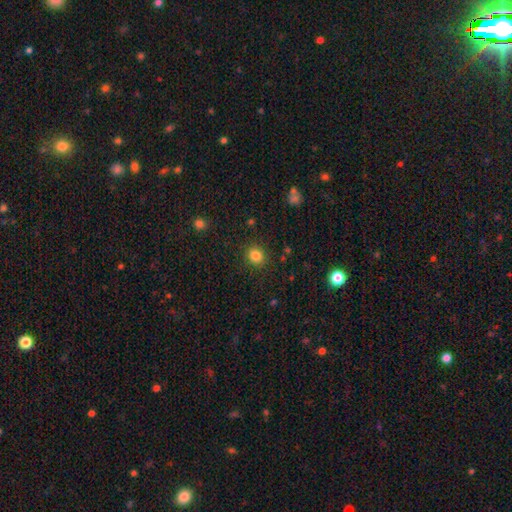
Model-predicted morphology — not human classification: Q: Smooth or featured?
A: smooth (83%); runner-up: star or artifact (12%)
Q: How rounded?
A: round (83%); runner-up: in between (16%)
Q: Merging?
A: none (88%); runner-up: minor disturbance (8%)